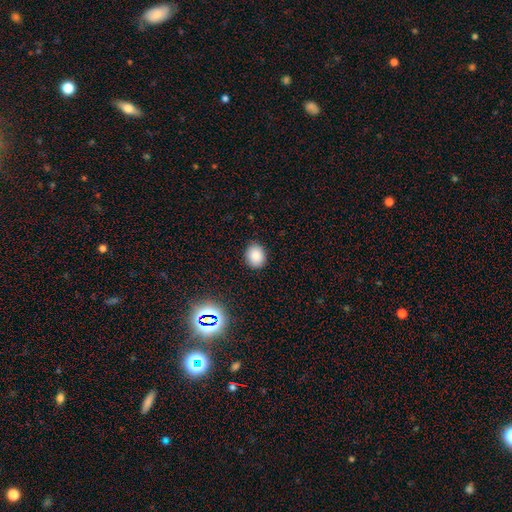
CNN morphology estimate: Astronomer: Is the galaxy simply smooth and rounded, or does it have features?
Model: smooth — 84%.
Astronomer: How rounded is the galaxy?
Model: round — 58% (runner-up: in between, 41%).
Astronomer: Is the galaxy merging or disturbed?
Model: none — 88%.